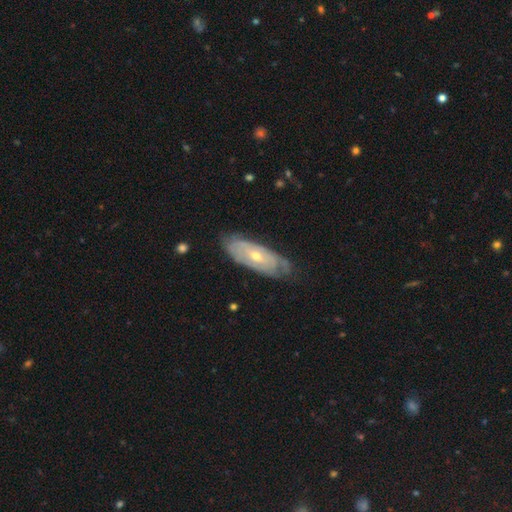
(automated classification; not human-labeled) Smooth or featured?
  - featured or disk: 73% *
  - smooth: 22%
  - star or artifact: 6%
Edge-on disk?
  - no: 82% *
  - yes: 18%
Bar?
  - no: 70% *
  - weak: 23%
  - strong: 6%
Spiral arms?
  - yes: 74% *
  - no: 26%
Bulge size?
  - moderate: 54% *
  - small: 43%
  - large: 2%
  - none: 1%
  - dominant: 1%
Merging?
  - none: 73% *
  - minor disturbance: 21%
  - major disturbance: 5%
  - merger: 1%